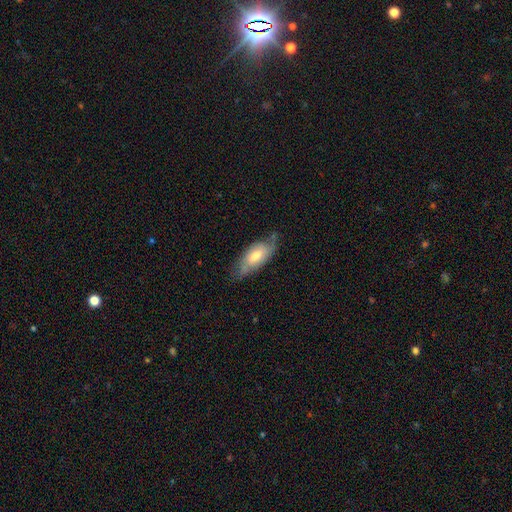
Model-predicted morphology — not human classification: smooth-or-featured: featured or disk: 49% | smooth: 44% | star or artifact: 6%
  merging: none: 58% | minor disturbance: 30% | major disturbance: 10% | merger: 2%